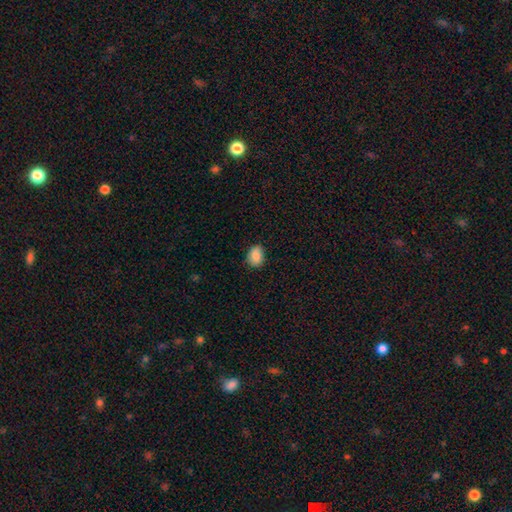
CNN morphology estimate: This appears to be a smooth galaxy with no disk features (87%) that is in between round and cigar-shaped (68%). Merging: none (80%).